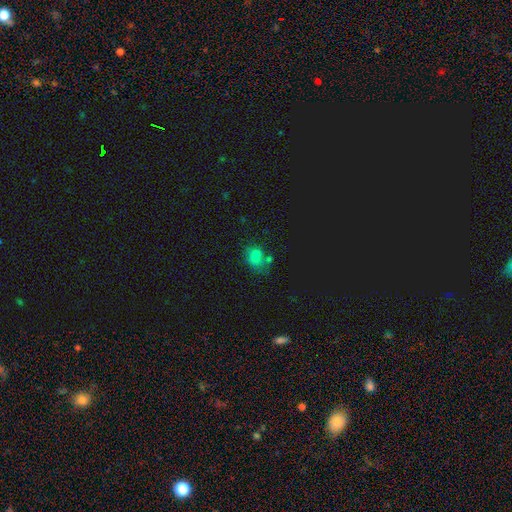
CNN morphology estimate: Smooth or featured: smooth — 62% (star or artifact — 24%)
How rounded: in between — 62% (round — 36%)
Merging: none — 43% (merger — 24%)